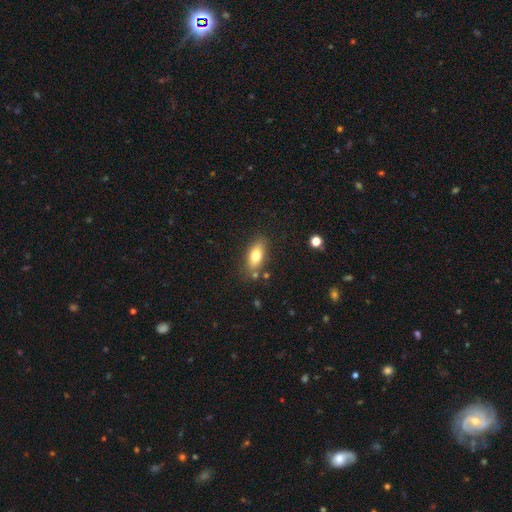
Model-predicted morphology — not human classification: Overall: smooth (74%). How rounded: in between (83%). Merging: none (79%).